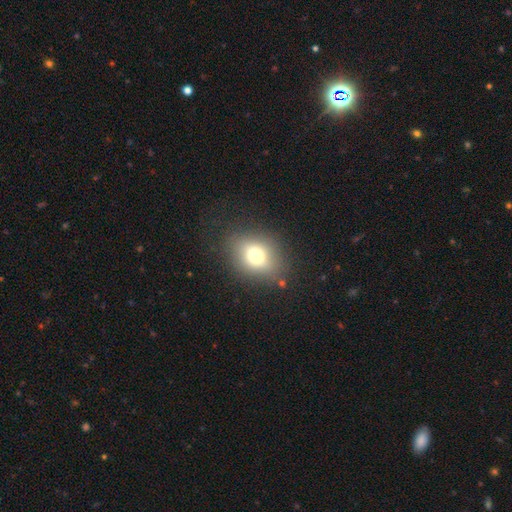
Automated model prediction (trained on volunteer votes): Overall: smooth (72%). How rounded: in between (53%; round 45%). Merging: none (80%).